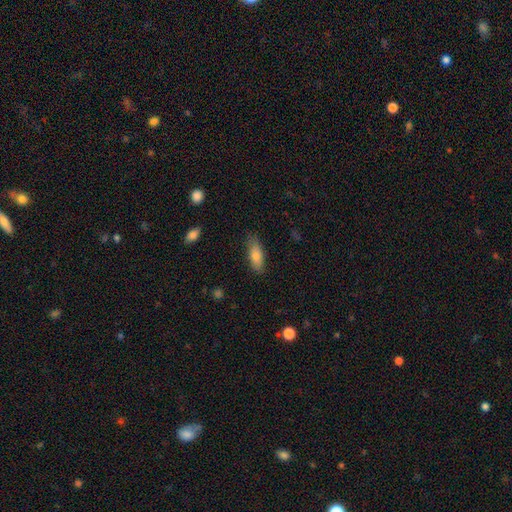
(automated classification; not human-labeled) Morphology: type=smooth (78%); roundness=in between (61%); merging=none (80%).